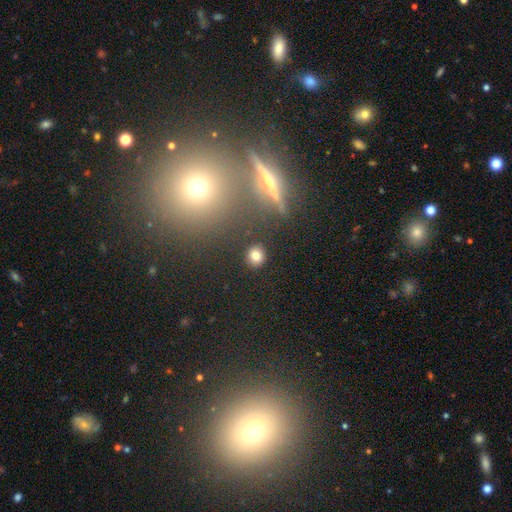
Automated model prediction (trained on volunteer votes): Overall: smooth (80%). How rounded: round (73%). Merging: none (88%).